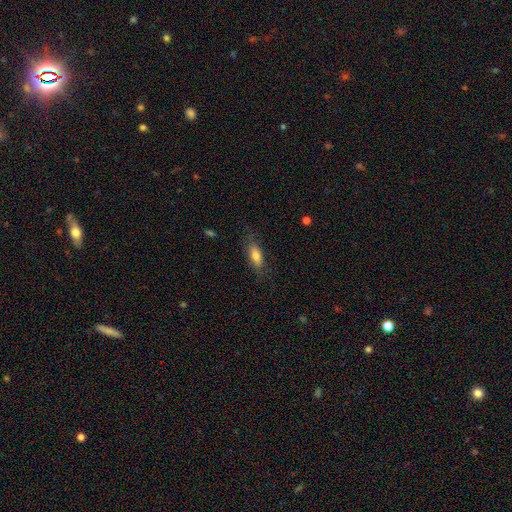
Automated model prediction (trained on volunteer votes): Smooth or featured? smooth (76%)
How rounded? in between (71%)
Merging? none (73%)